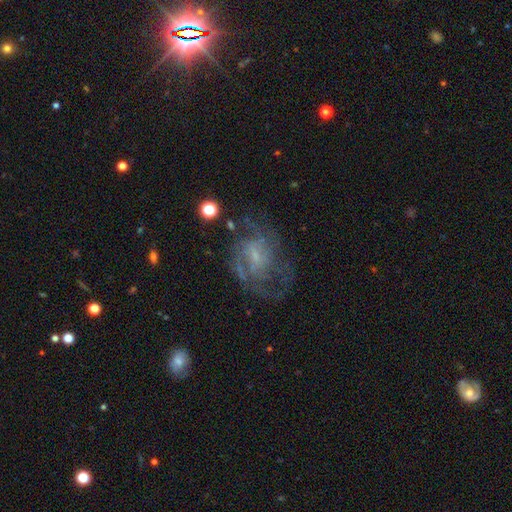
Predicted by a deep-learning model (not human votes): featured or disk 75%, smooth 14%, star or artifact 11%. Down the decision tree: edge-on disk — no (97%); bar — no (55%); spiral arms — yes (80%); spiral arm count — can't tell (40%); spiral winding — medium (45%); bulge size — small (63%); merging — none (55%).